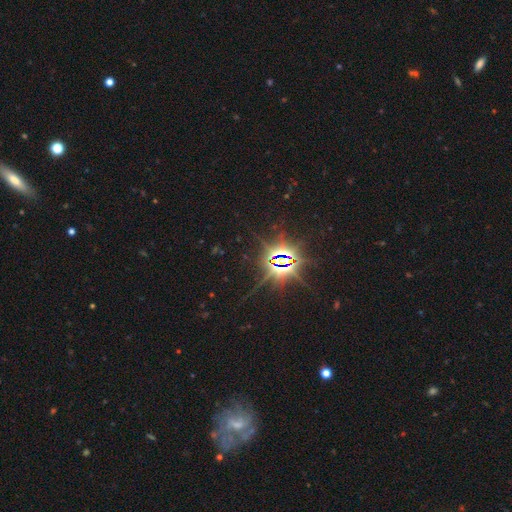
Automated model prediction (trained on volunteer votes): This appears to be a star or artifact, not a galaxy (83%).